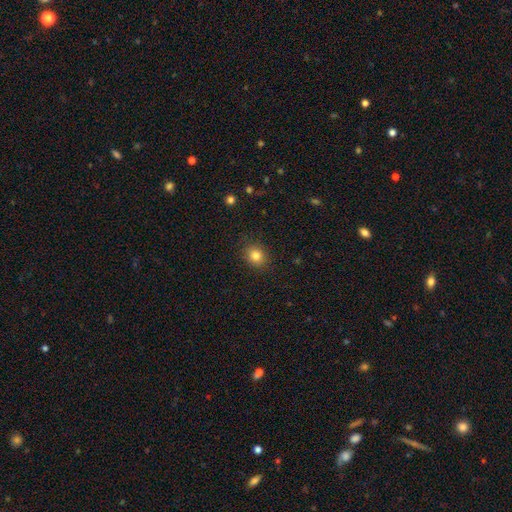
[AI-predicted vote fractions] This is clearly a smooth galaxy (82%). How rounded: likely round (67%). Merging: clearly none (89%).